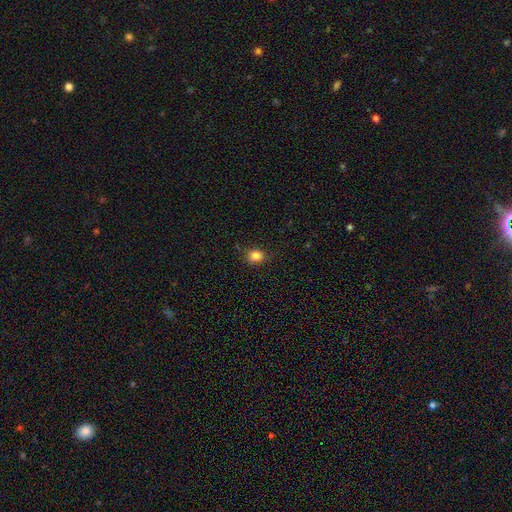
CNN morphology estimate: A smooth galaxy with no disk features (84%) that is round (60%).

Vote fractions:
- Smooth or featured? smooth: 84% / star or artifact: 11% / featured or disk: 5%
- How rounded? round: 60% / in between: 39% / cigar-shaped: 1%
- Merging? none: 81% / minor disturbance: 14% / major disturbance: 3% / merger: 2%